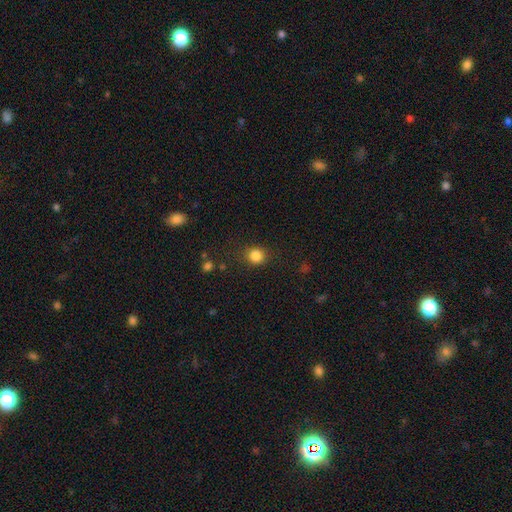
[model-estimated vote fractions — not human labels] Q: Smooth or featured?
A: smooth (85%); runner-up: star or artifact (11%)
Q: How rounded?
A: round (85%); runner-up: in between (14%)
Q: Merging?
A: none (85%); runner-up: minor disturbance (10%)